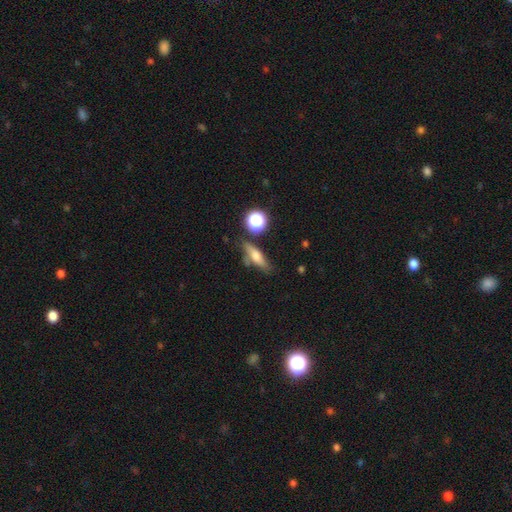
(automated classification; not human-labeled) Smooth or featured? smooth (57%)
How rounded? cigar-shaped (51%)
Merging? none (63%)